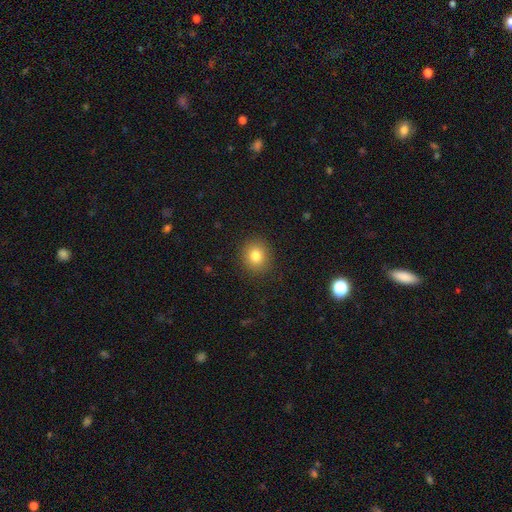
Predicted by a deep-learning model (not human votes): The model was most divided on "how rounded": round: 83%, in between: 16%, cigar-shaped: 1%. More confident: merging — none (90%); smooth or featured — smooth (81%).